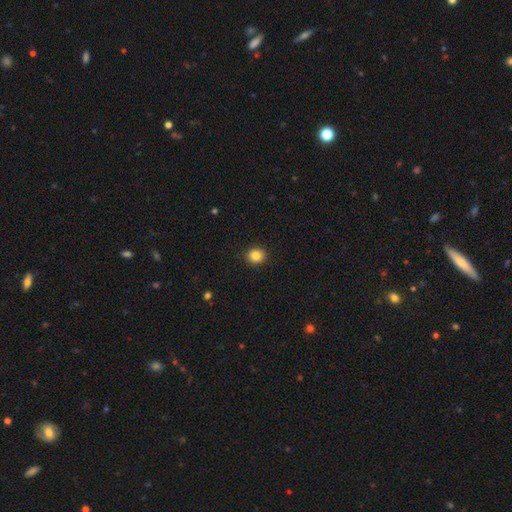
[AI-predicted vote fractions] Morphology: type=smooth (85%); roundness=round (78%); merging=none (92%).